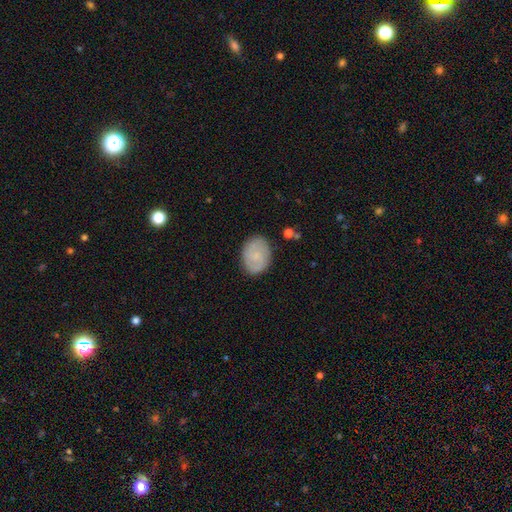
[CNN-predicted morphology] Smooth or featured: featured or disk — 48% (smooth — 45%)
Merging: none — 84% (minor disturbance — 12%)